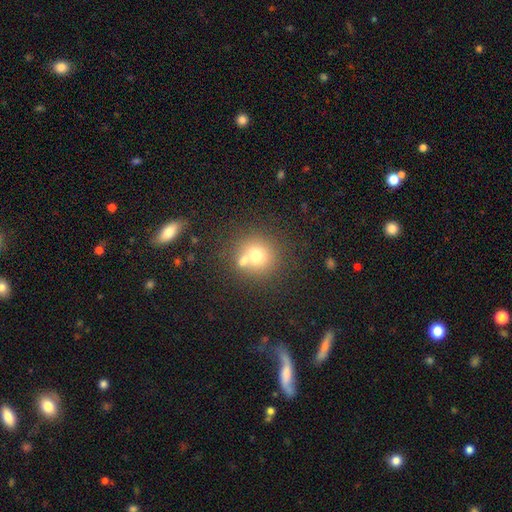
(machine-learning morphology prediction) Smooth or featured?
  - smooth: 70% *
  - featured or disk: 16%
  - star or artifact: 14%
How rounded?
  - round: 88% *
  - in between: 11%
  - cigar-shaped: 1%
Merging?
  - none: 56% *
  - merger: 31%
  - minor disturbance: 9%
  - major disturbance: 4%